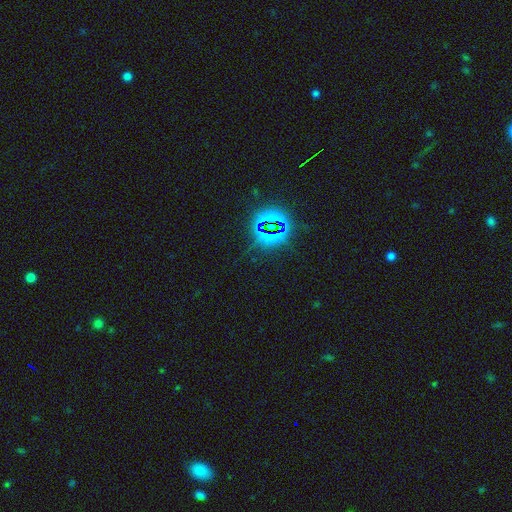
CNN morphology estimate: Overall: star or artifact (63%).